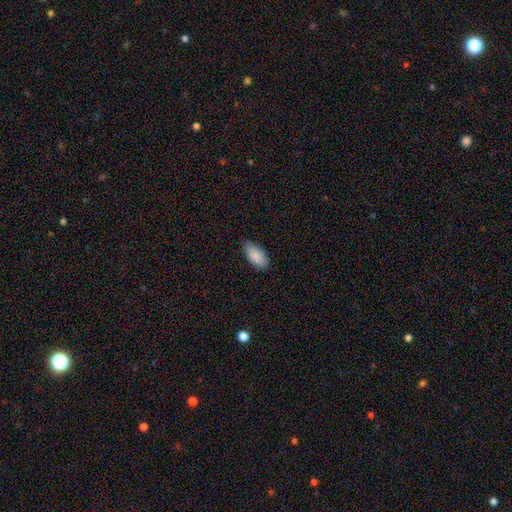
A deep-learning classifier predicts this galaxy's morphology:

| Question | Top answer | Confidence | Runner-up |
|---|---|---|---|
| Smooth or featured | smooth | 89% | star or artifact (6%) |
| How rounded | in between | 92% | cigar-shaped (6%) |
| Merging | none | 83% | minor disturbance (14%) |